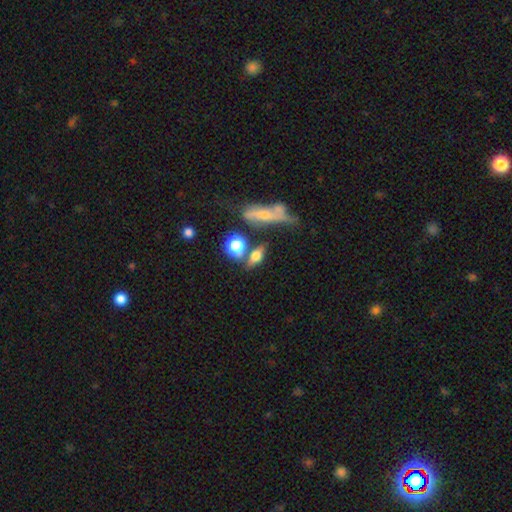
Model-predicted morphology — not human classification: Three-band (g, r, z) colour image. It shows a smooth galaxy with no disk features (58%) that is in between round and cigar-shaped (57%). Merging: none (58%).